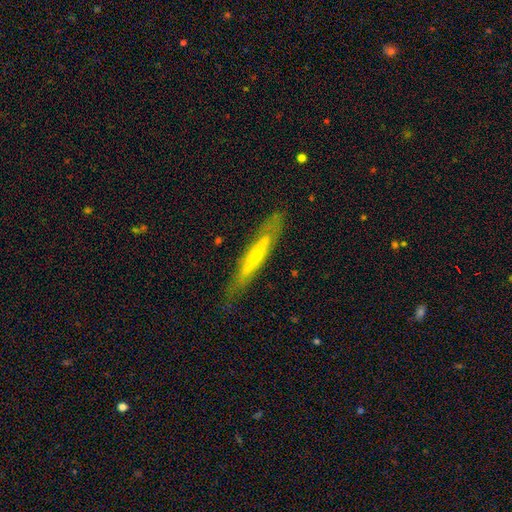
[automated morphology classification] Q: Smooth or featured?
A: featured or disk (61%); runner-up: smooth (33%)
Q: Edge-on disk?
A: yes (77%); runner-up: no (23%)
Q: Merging?
A: none (77%); runner-up: minor disturbance (17%)